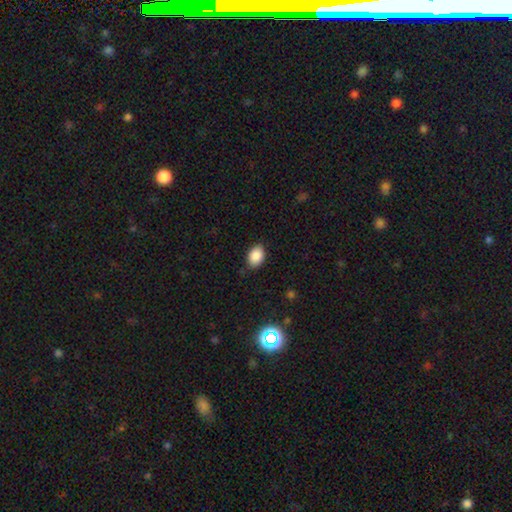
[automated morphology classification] smooth 87%, star or artifact 9%, featured or disk 5%. Down the decision tree: how rounded — in between (81%); merging — none (82%).